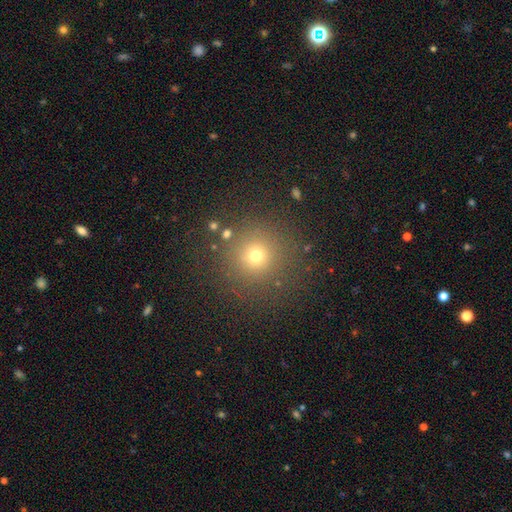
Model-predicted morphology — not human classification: A smooth galaxy with no disk features (69%) that is round (94%).

Vote fractions:
- Smooth or featured? smooth: 69% / star or artifact: 23% / featured or disk: 8%
- How rounded? round: 94% / in between: 5% / cigar-shaped: 1%
- Merging? none: 87% / minor disturbance: 7% / major disturbance: 4% / merger: 2%